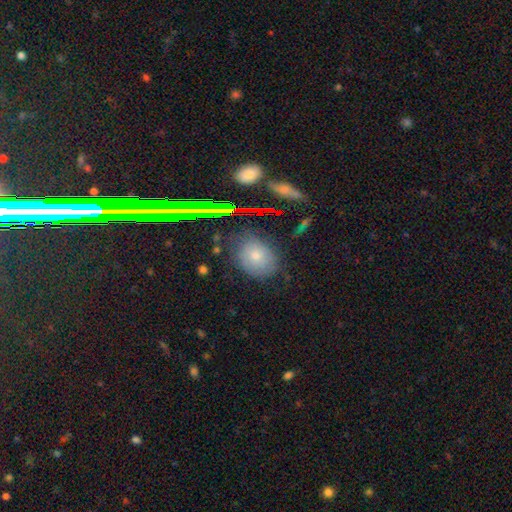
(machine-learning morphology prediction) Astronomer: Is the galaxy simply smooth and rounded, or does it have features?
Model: smooth — 60%.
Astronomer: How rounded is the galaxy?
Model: round — 50% (runner-up: in between, 48%).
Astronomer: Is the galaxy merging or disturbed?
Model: none — 72%.